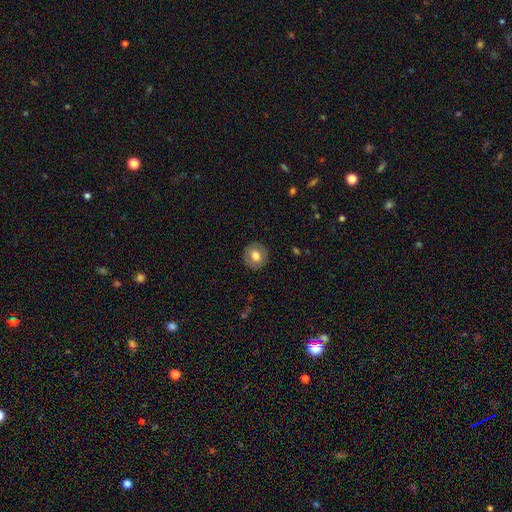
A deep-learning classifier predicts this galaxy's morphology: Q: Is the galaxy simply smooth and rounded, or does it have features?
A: smooth — 66%.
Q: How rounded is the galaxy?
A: round — 83%.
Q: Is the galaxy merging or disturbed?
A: none — 86%.